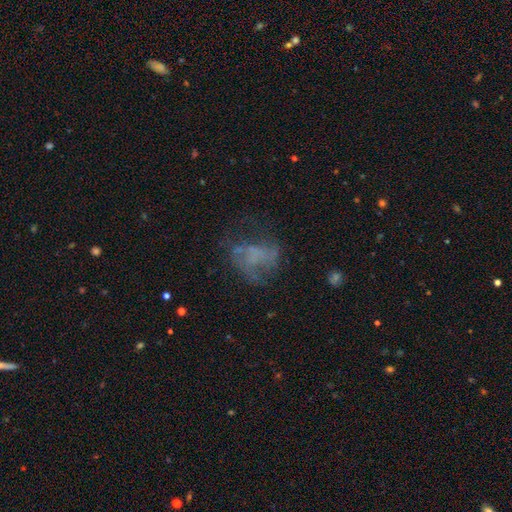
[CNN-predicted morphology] type=featured or disk (50%); merging=none (42%).